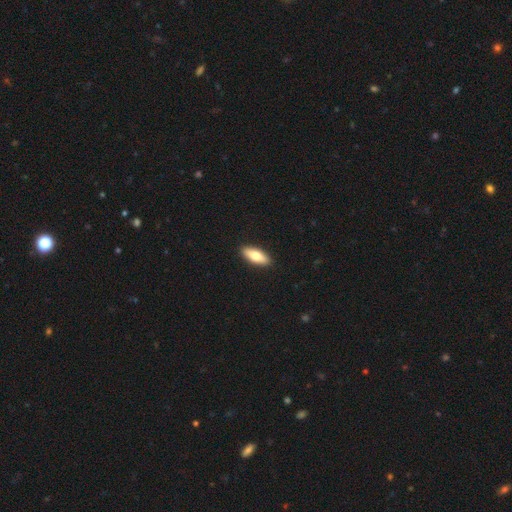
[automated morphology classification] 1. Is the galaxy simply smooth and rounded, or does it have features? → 73% smooth, 21% featured or disk, 6% star or artifact.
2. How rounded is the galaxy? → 72% in between, 25% cigar-shaped, 2% round.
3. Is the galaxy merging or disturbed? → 91% none, 7% minor disturbance, 1% major disturbance, 1% merger.